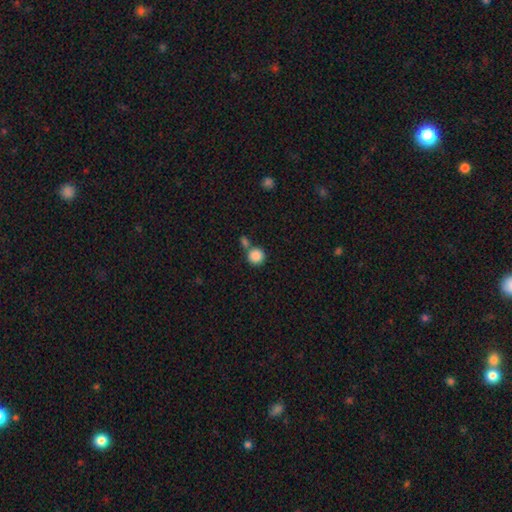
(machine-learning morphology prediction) Q: Smooth or featured?
A: smooth (87%); runner-up: star or artifact (9%)
Q: How rounded?
A: round (93%); runner-up: in between (6%)
Q: Merging?
A: none (61%); runner-up: merger (28%)